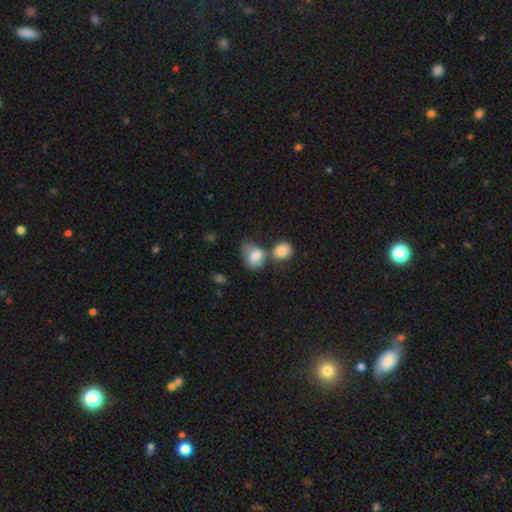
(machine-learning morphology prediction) This appears to be a smooth galaxy with no disk features (80%) that is in between round and cigar-shaped (67%). Merging: merger (37%).